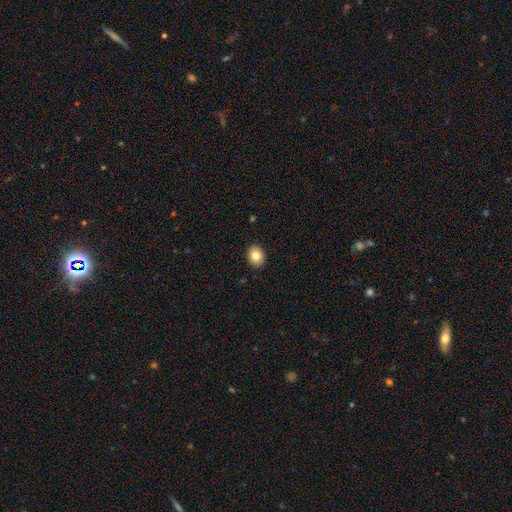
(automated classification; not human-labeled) This appears to be a smooth galaxy with no disk features (82%) that is round (53%). Merging: none (91%).